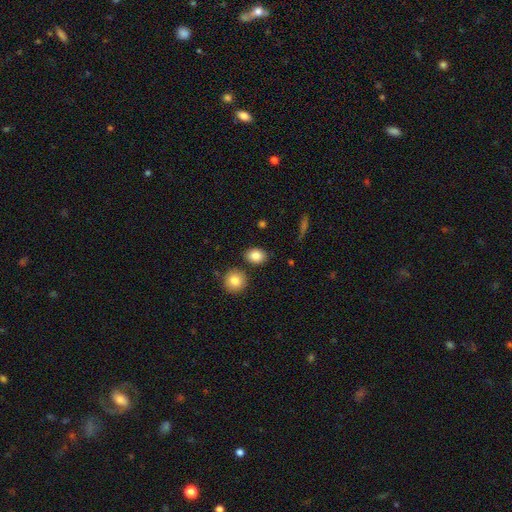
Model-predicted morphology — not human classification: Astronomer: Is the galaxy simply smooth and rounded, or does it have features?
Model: smooth — 84%.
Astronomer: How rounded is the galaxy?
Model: in between — 62%.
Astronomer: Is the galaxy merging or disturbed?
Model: none — 82%.